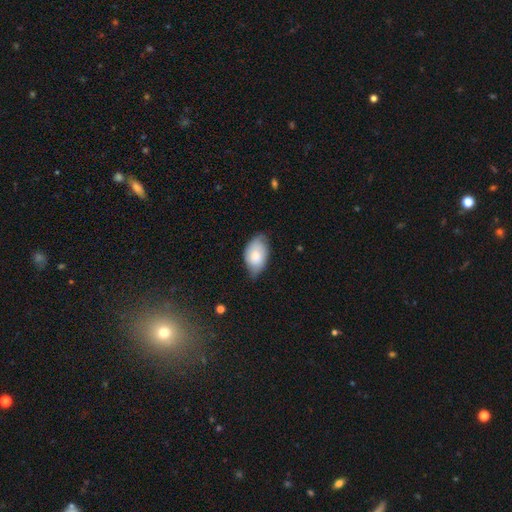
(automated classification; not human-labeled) A smooth galaxy with no disk features (74%) that is in between round and cigar-shaped (92%).

Vote fractions:
- Smooth or featured? smooth: 74% / featured or disk: 20% / star or artifact: 6%
- How rounded? in between: 92% / round: 7% / cigar-shaped: 1%
- Merging? none: 54% / minor disturbance: 38% / major disturbance: 6% / merger: 1%